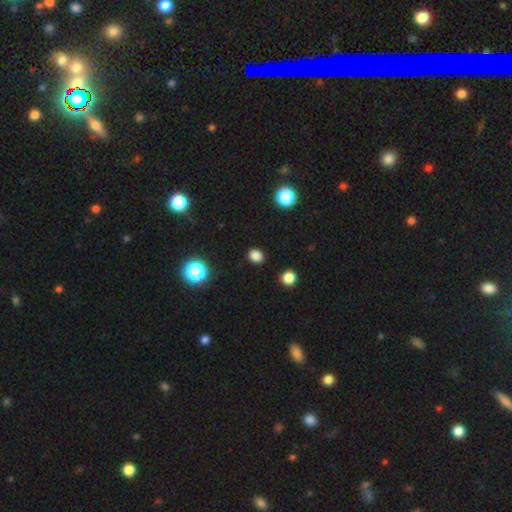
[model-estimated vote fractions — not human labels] Smooth or featured?
  - smooth: 83% *
  - star or artifact: 14%
  - featured or disk: 3%
How rounded?
  - in between: 50% *
  - round: 49%
  - cigar-shaped: 1%
Merging?
  - none: 89% *
  - minor disturbance: 7%
  - major disturbance: 2%
  - merger: 1%